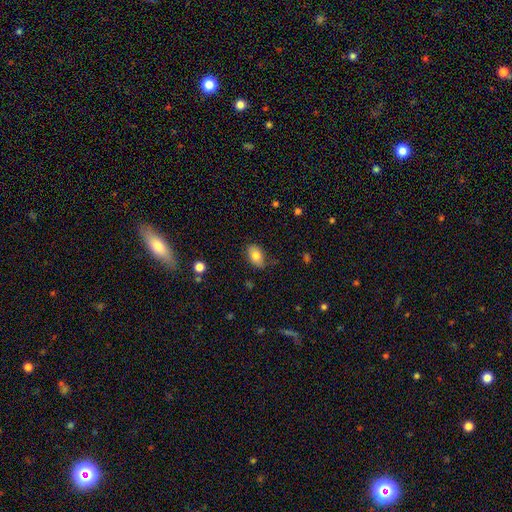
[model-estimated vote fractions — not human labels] smooth 80%, featured or disk 12%, star or artifact 8%. Down the decision tree: how rounded — in between (89%); merging — none (77%).